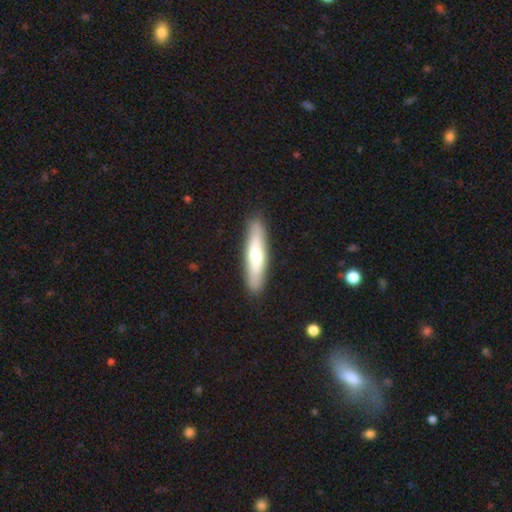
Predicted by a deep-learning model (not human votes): The model was most divided on "smooth or featured": smooth: 57%, featured or disk: 38%, star or artifact: 5%. More confident: merging — none (89%); how rounded — cigar-shaped (83%).